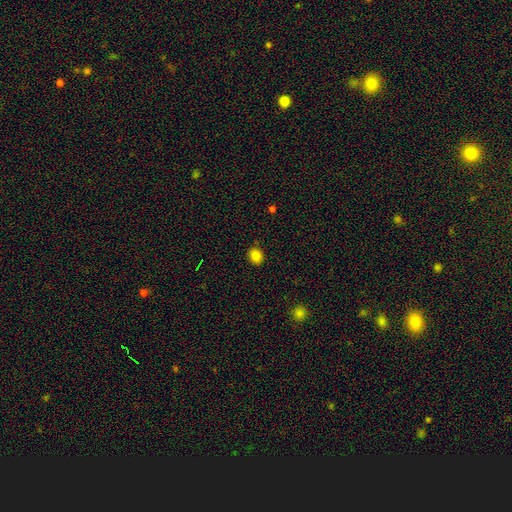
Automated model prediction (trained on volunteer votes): A smooth galaxy with no disk features (84%) that is round (52%). Merging: none (88%).